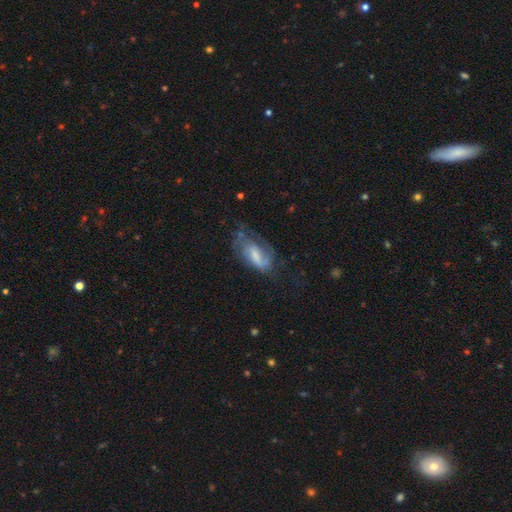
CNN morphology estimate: smooth-or-featured: featured or disk: 60% | smooth: 32% | star or artifact: 8%
  disk-edge-on: no: 93% | yes: 7%
    bar: weak: 46% | no: 35% | strong: 19%
    has-spiral-arms: yes: 78% | no: 22%
    bulge-size: small: 34% (tied) | moderate: 34% (tied) | none: 19% | large: 10% | dominant: 2%
  merging: none: 40% | major disturbance: 30% | minor disturbance: 27% | merger: 3%